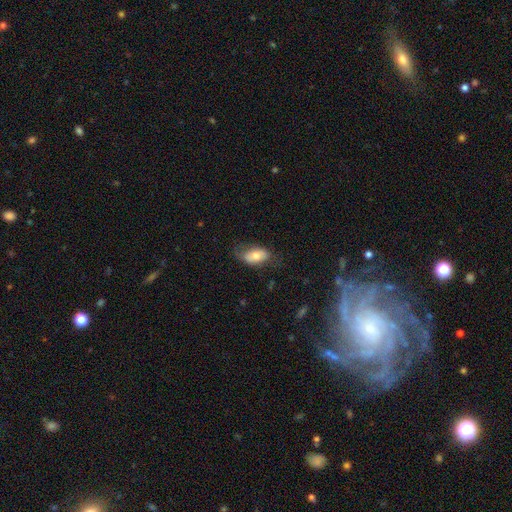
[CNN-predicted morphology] smooth-or-featured: smooth: 67% | featured or disk: 26% | star or artifact: 7%
  how-rounded: in between: 91% | round: 5% | cigar-shaped: 3%
  merging: none: 61% | minor disturbance: 26% | major disturbance: 12% | merger: 1%